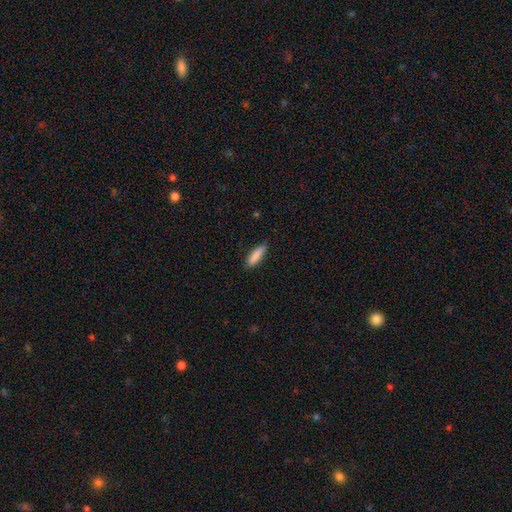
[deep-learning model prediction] A smooth galaxy with no disk features (88%) that is cigar-shaped (59%). Merging: none (84%).